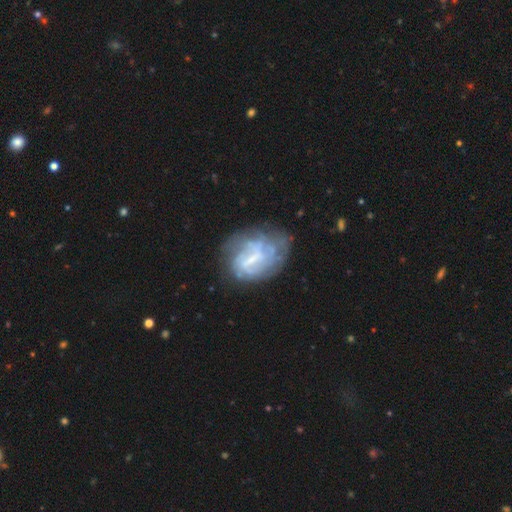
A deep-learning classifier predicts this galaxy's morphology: type=featured or disk (67%); edge-on=no (97%); bar=weak (46%); spiral arms=yes (61%); bulge=none (38%, tied with small); merging=none (53%).